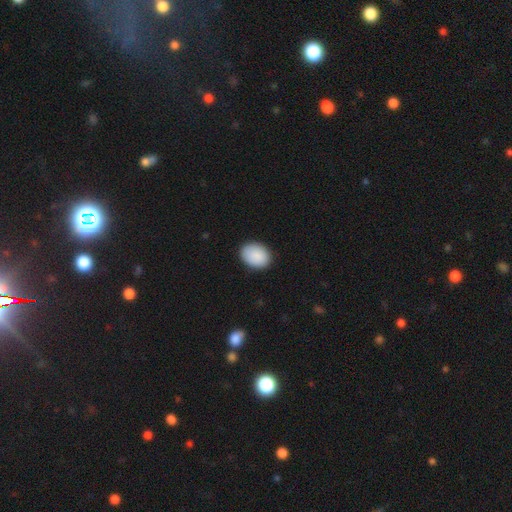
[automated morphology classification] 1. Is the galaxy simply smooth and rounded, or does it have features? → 90% smooth, 6% star or artifact, 3% featured or disk.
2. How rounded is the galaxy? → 70% in between, 29% round, 1% cigar-shaped.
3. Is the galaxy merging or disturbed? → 88% none, 9% minor disturbance, 2% major disturbance, 1% merger.